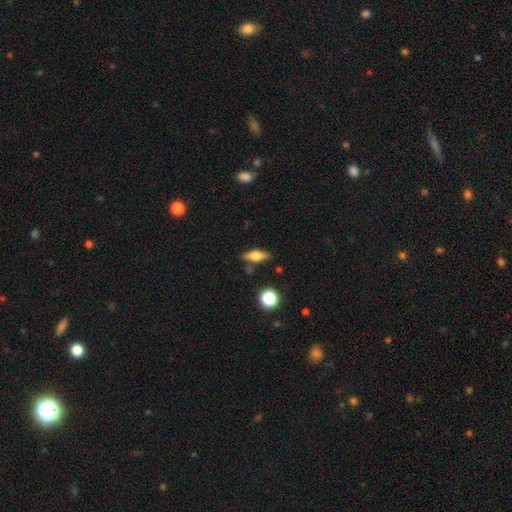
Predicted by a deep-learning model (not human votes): Smooth or featured? Predicted: smooth (p=0.56). How rounded? Predicted: in between (p=0.58). Merging? Predicted: none (p=0.80).